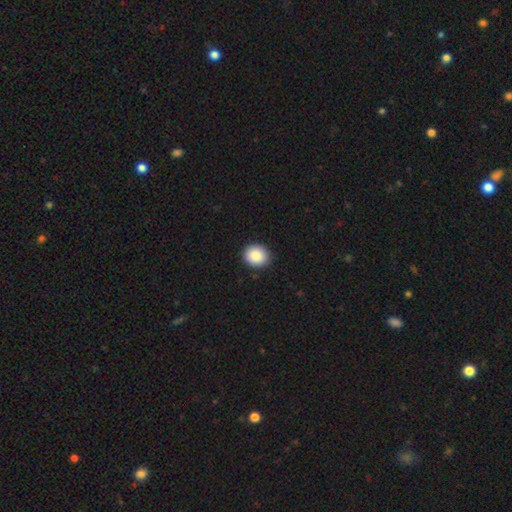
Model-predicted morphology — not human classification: Smooth or featured: smooth — 88% (star or artifact — 8%)
How rounded: round — 65% (in between — 34%)
Merging: none — 89% (minor disturbance — 8%)